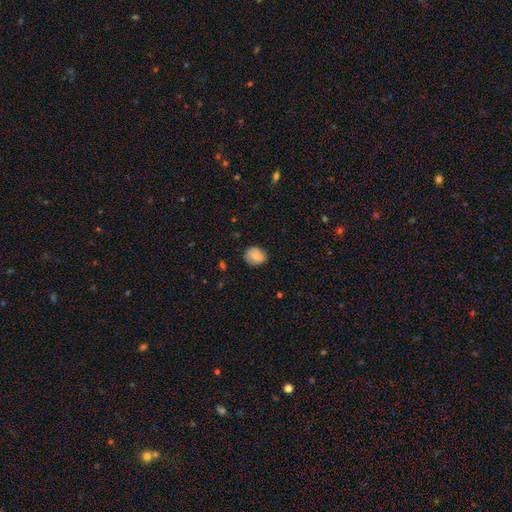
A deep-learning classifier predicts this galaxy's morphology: Smooth or featured? Predicted: smooth (p=0.81). How rounded? Predicted: round (p=0.68). Merging? Predicted: none (p=0.77).